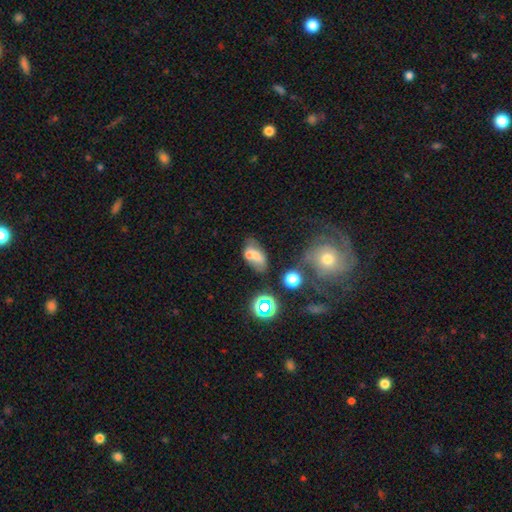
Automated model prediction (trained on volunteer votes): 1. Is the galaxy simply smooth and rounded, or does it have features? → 57% smooth, 26% featured or disk, 17% star or artifact.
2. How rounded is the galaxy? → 85% in between, 10% round, 5% cigar-shaped.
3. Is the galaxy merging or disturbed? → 37% none, 29% merger, 21% minor disturbance, 13% major disturbance.